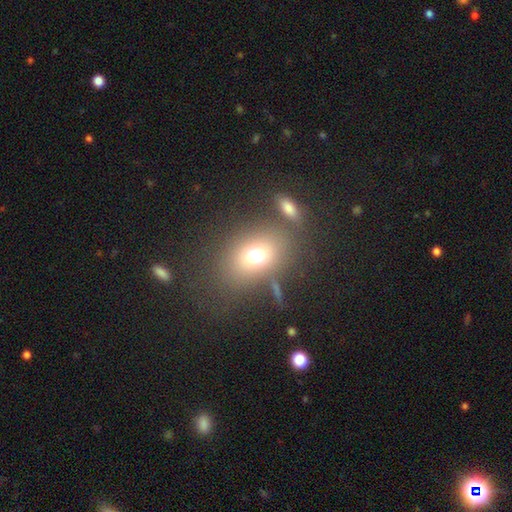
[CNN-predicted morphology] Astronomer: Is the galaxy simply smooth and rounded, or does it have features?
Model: smooth — 68%.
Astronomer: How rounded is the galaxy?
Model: in between — 51% (runner-up: round, 47%).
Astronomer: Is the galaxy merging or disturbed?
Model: none — 68%.